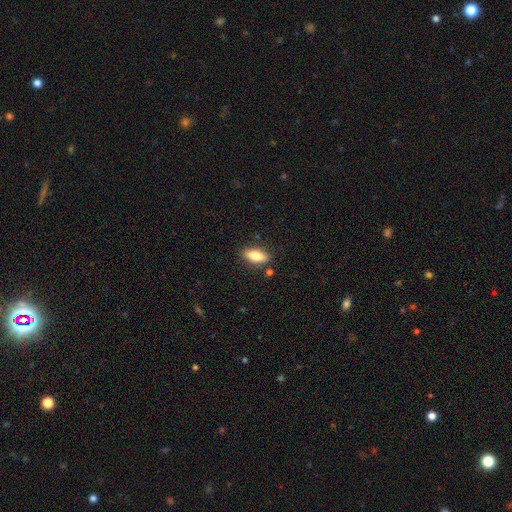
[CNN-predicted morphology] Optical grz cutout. It shows a smooth galaxy with no disk features (73%) that is in between round and cigar-shaped (76%). Merging: none (84%).